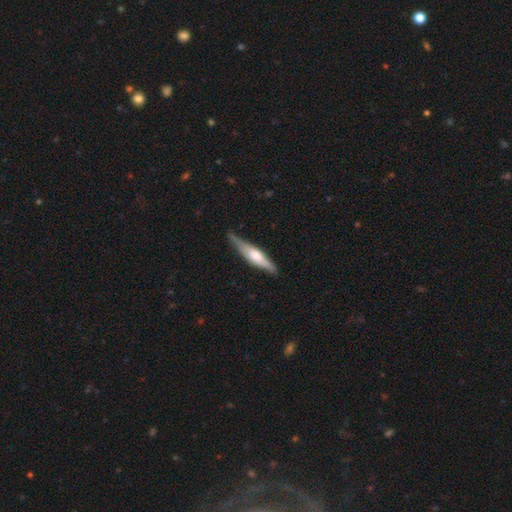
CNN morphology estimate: This is likely a featured or disk galaxy (61%). It is clearly viewed edge-on (93%). Edge-on bulge: likely rounded (77%). Merging: likely none (79%).